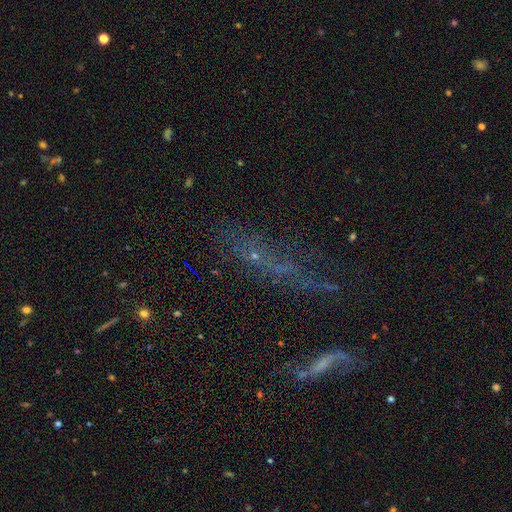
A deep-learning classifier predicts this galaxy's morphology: Q: Smooth or featured?
A: star or artifact (37%); runner-up: featured or disk (36%)